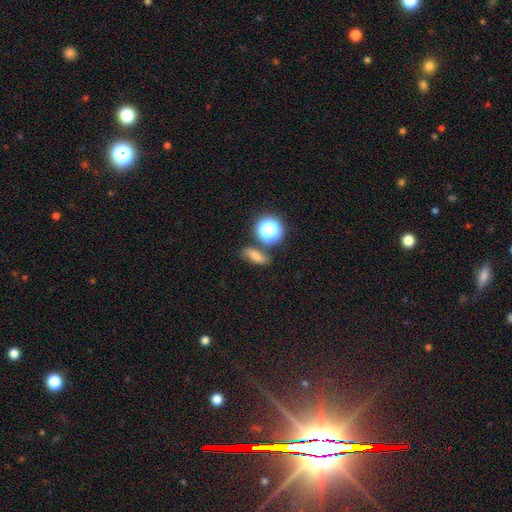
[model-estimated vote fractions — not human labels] A smooth galaxy with no disk features (66%) that is in between round and cigar-shaped (57%).

Vote fractions:
- Smooth or featured? smooth: 66% / star or artifact: 20% / featured or disk: 13%
- How rounded? in between: 57% / round: 29% / cigar-shaped: 14%
- Merging? none: 70% / minor disturbance: 15% / merger: 10% / major disturbance: 5%